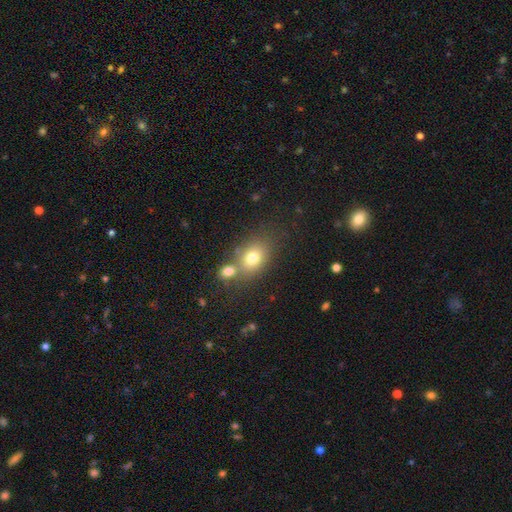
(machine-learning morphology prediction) A smooth galaxy with no disk features (68%) that is round (51%).

Vote fractions:
- Smooth or featured? smooth: 68% / star or artifact: 20% / featured or disk: 12%
- How rounded? round: 51% / in between: 47% / cigar-shaped: 2%
- Merging? none: 61% / merger: 24% / minor disturbance: 11% / major disturbance: 4%